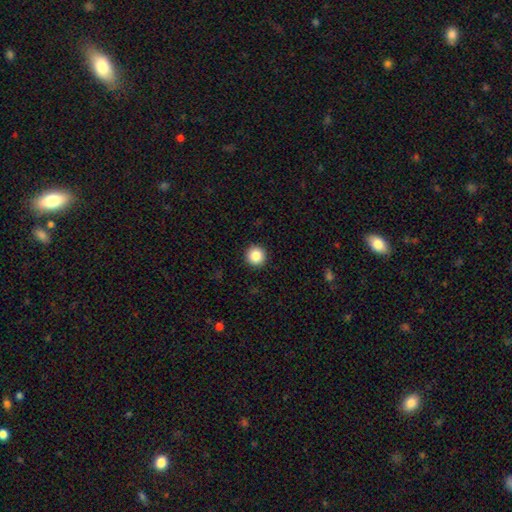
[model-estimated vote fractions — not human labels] Morphology: type=smooth (87%); roundness=round (96%); merging=none (93%).